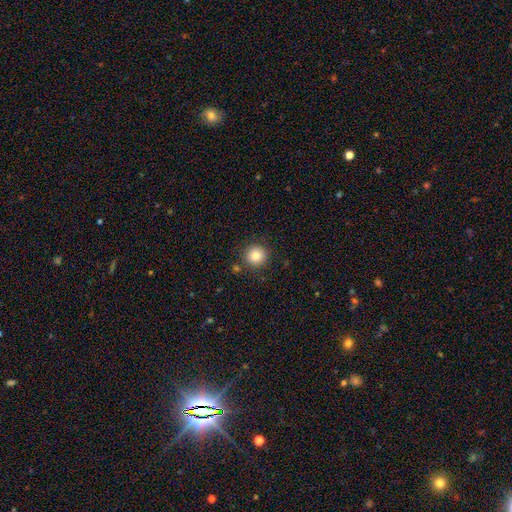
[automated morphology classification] The model was most divided on "smooth or featured": smooth: 83%, star or artifact: 11%, featured or disk: 6%. More confident: how rounded — round (92%); merging — none (87%).